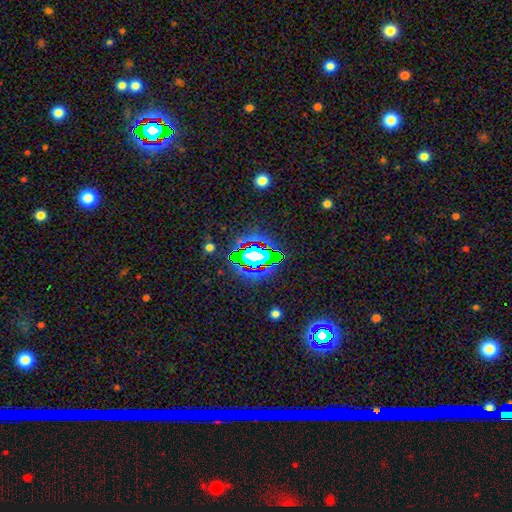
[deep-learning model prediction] smooth-or-featured: star or artifact: 66% | smooth: 19% | featured or disk: 15%